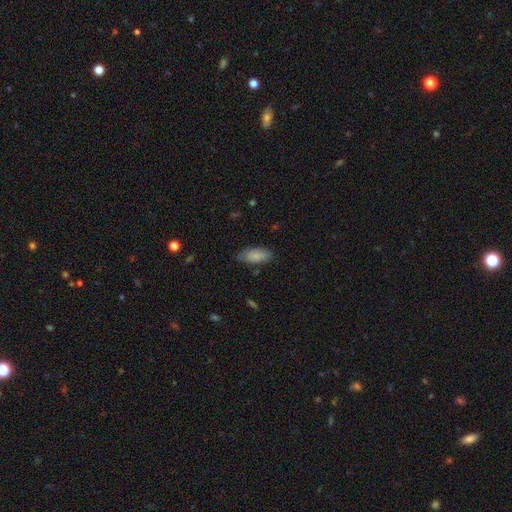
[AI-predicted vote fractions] Smooth or featured?
  - smooth: 82% *
  - featured or disk: 12%
  - star or artifact: 6%
How rounded?
  - in between: 87% *
  - cigar-shaped: 11%
  - round: 2%
Merging?
  - none: 77% *
  - minor disturbance: 18%
  - major disturbance: 4%
  - merger: 2%